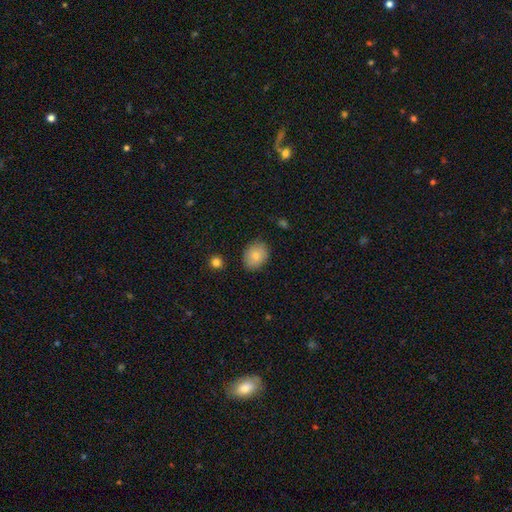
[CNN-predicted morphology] Smooth or featured: smooth — 81% (featured or disk — 11%)
How rounded: in between — 60% (round — 39%)
Merging: none — 83% (minor disturbance — 13%)